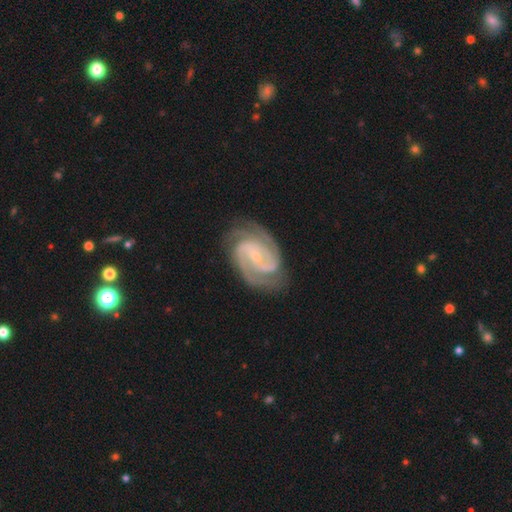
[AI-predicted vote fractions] Smooth or featured: featured or disk — 92% (star or artifact — 4%)
Edge-on disk: no — 98% (yes — 2%)
Bar: weak — 42% (no — 33%)
Spiral arms: yes — 99% (no — 1%)
Spiral winding: tight — 55% (medium — 40%)
Spiral arm count: 2 — 69% (3 — 15%)
Bulge size: small — 78% (moderate — 18%)
Merging: none — 80% (minor disturbance — 14%)